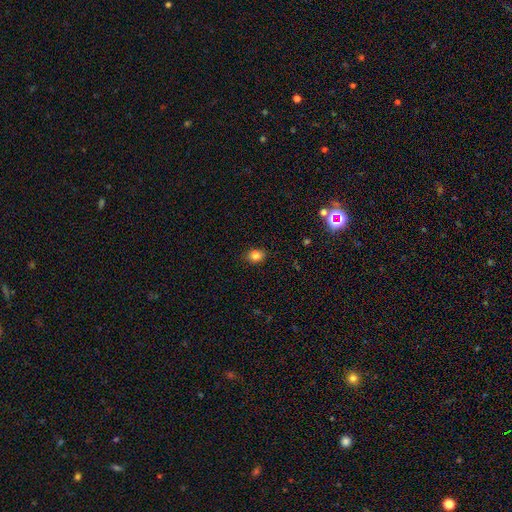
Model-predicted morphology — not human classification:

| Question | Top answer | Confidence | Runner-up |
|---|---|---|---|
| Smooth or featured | smooth | 82% | star or artifact (12%) |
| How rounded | in between | 50% | round (49%) |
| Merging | none | 86% | minor disturbance (11%) |